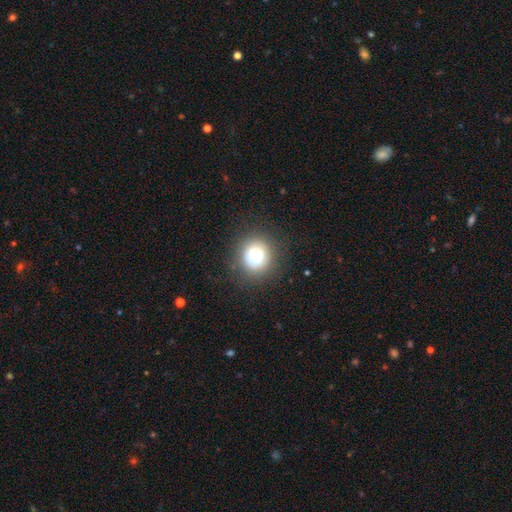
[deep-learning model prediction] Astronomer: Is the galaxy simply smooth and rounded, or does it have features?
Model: smooth — 74%.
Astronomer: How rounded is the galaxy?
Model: round — 88%.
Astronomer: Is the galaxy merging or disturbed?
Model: none — 83%.